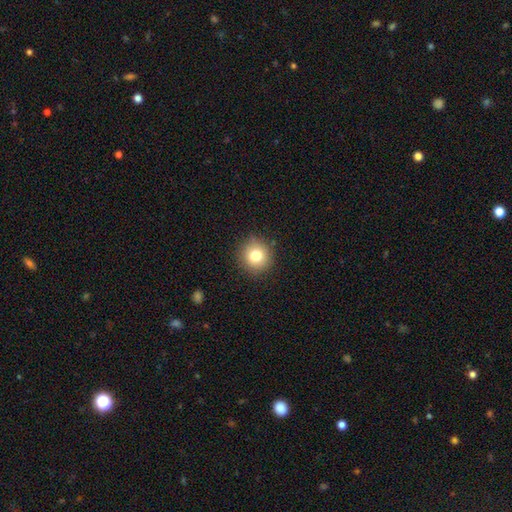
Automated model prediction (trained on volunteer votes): Morphology: type=smooth (79%); roundness=round (93%); merging=none (89%).